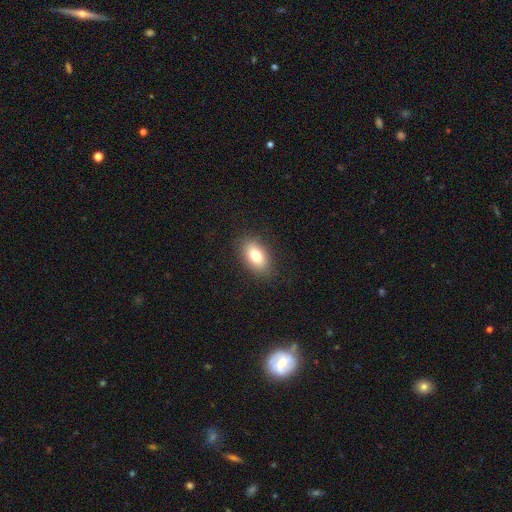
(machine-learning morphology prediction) The model was most divided on "smooth or featured": smooth: 79%, featured or disk: 12%, star or artifact: 9%. More confident: how rounded — in between (89%); merging — none (87%).